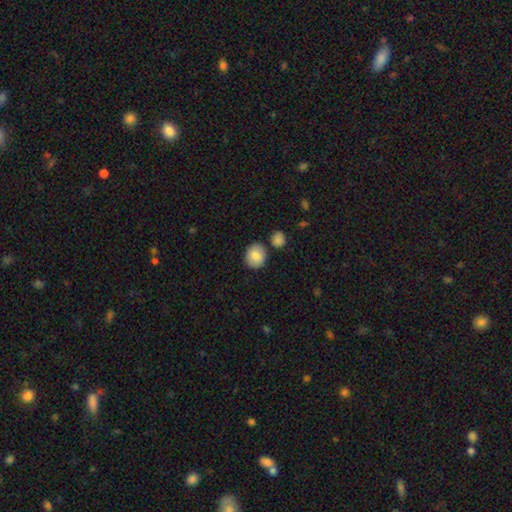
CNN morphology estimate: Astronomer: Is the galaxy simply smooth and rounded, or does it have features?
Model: smooth — 84%.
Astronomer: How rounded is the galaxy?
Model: round — 67%.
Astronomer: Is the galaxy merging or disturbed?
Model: none — 79%.